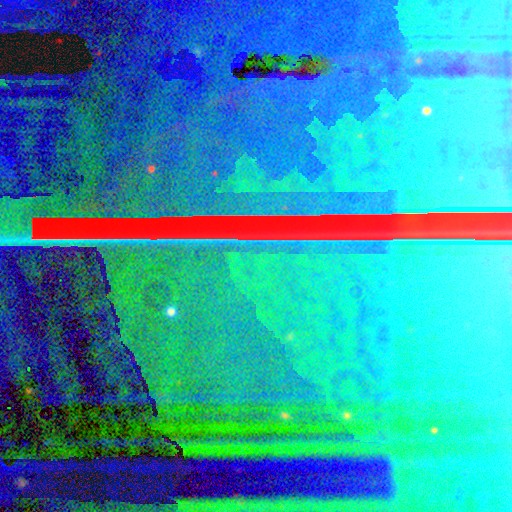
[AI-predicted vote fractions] Smooth or featured?
  - star or artifact: 87% *
  - featured or disk: 8%
  - smooth: 5%